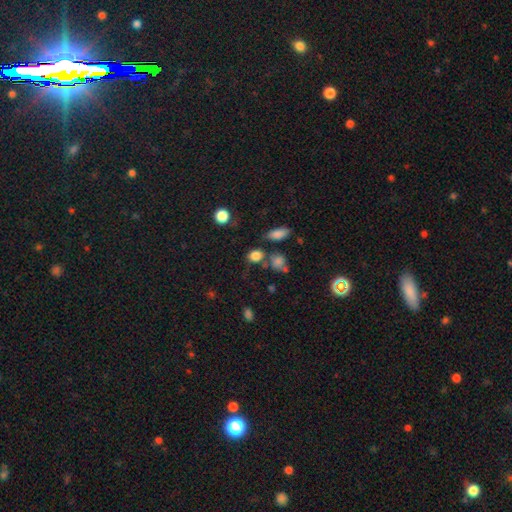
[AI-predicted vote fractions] Q: Smooth or featured?
A: smooth (81%); runner-up: star or artifact (13%)
Q: How rounded?
A: round (58%); runner-up: in between (40%)
Q: Merging?
A: none (61%); runner-up: minor disturbance (16%)